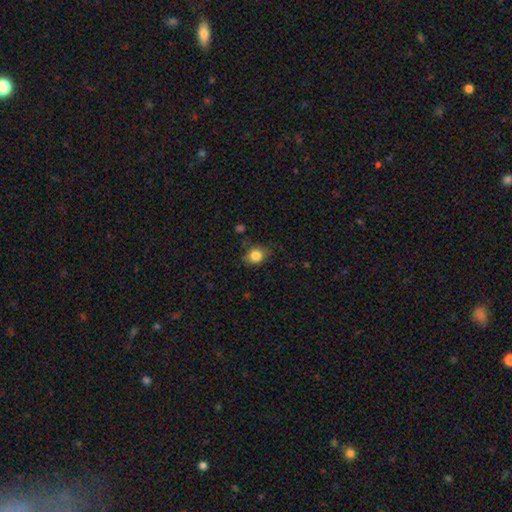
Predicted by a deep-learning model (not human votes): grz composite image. It shows a smooth galaxy with no disk features (84%) that is round (70%). Merging: none (72%).